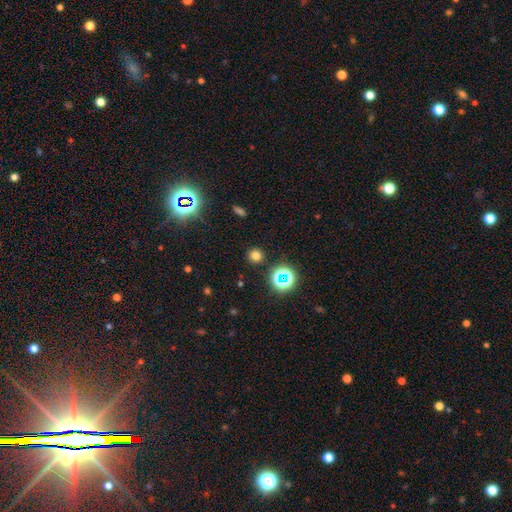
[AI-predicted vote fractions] A smooth galaxy with no disk features (71%) that is round (93%). Merging: none (90%).